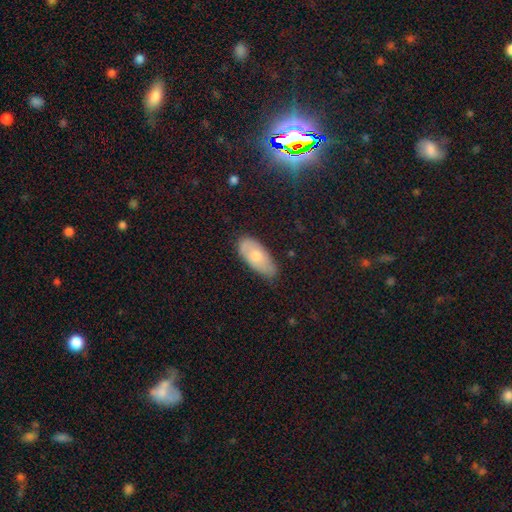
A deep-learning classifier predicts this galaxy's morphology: type=smooth (67%); roundness=in between (89%); merging=none (66%).